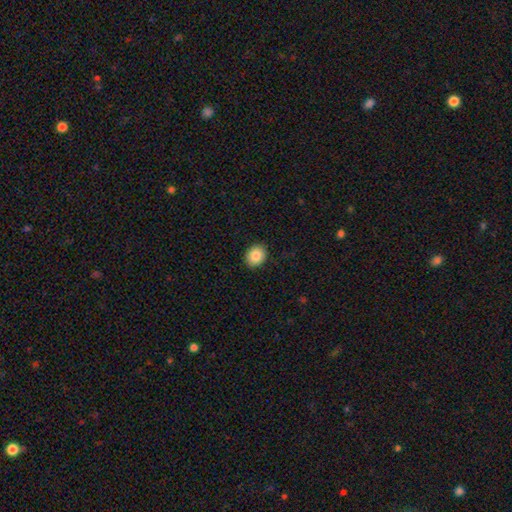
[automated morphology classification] This appears to be a smooth galaxy with no disk features (86%) that is round (59%). Merging: none (90%).